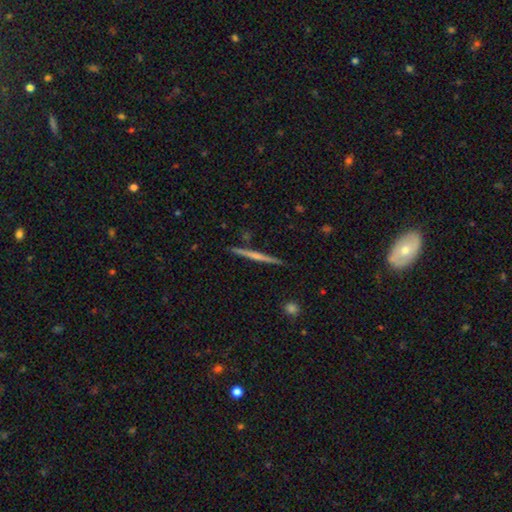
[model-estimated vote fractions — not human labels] Smooth or featured? Predicted: featured or disk (p=0.63). Edge-on disk? Predicted: yes (p=0.98). Edge-on bulge? Predicted: none (p=0.54). Merging? Predicted: none (p=0.91).